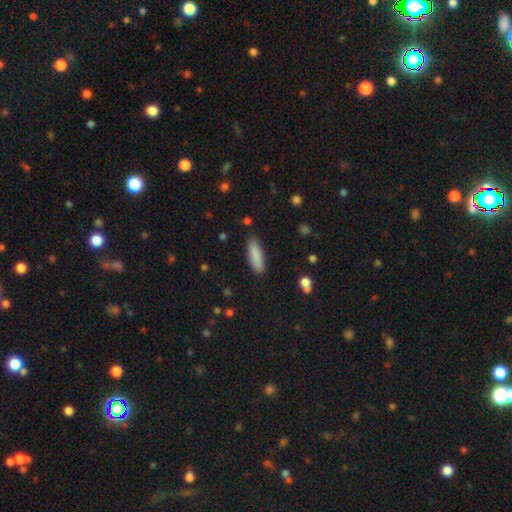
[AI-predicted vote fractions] A smooth galaxy with no disk features (87%) that is cigar-shaped (51%). Merging: none (88%).